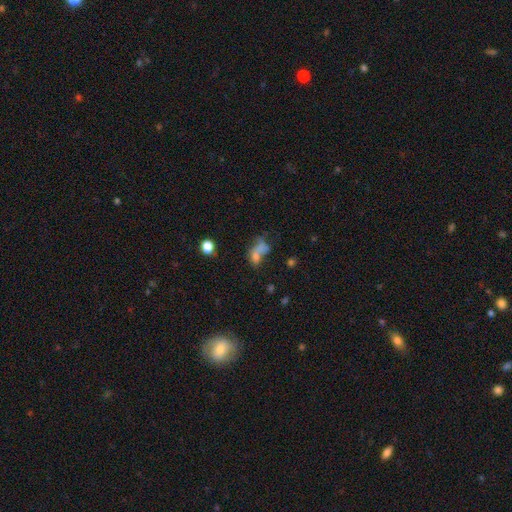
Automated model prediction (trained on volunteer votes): A smooth galaxy with no disk features (62%) that is in between round and cigar-shaped (71%).

Vote fractions:
- Smooth or featured? smooth: 62% / featured or disk: 21% / star or artifact: 18%
- How rounded? in between: 71% / round: 22% / cigar-shaped: 7%
- Merging? merger: 43% / none: 24% / major disturbance: 20% / minor disturbance: 13%